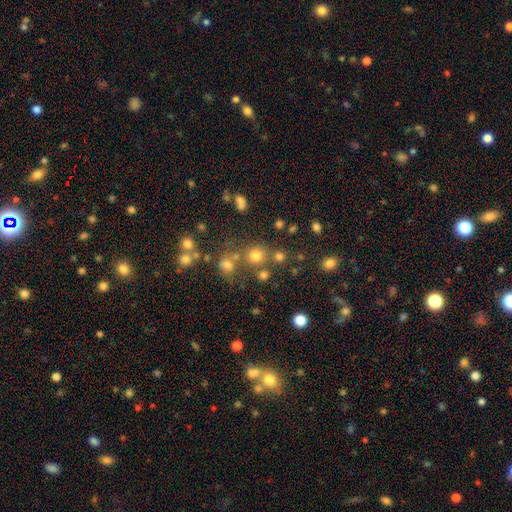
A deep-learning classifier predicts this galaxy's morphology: This appears to be a smooth galaxy with no disk features (67%) that is round (90%). Merging: none (69%).